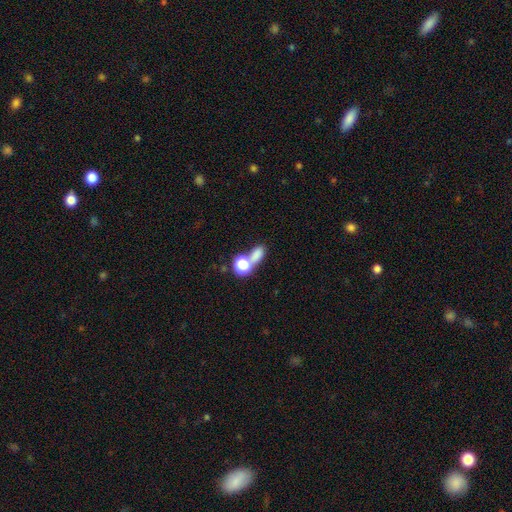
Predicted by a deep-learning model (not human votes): smooth_or_featured: smooth (p=0.74) [alt: star or artifact p=0.17]
how_rounded: in between (p=0.68) [alt: round p=0.28]
merging: merger (p=0.43) [alt: none p=0.42]